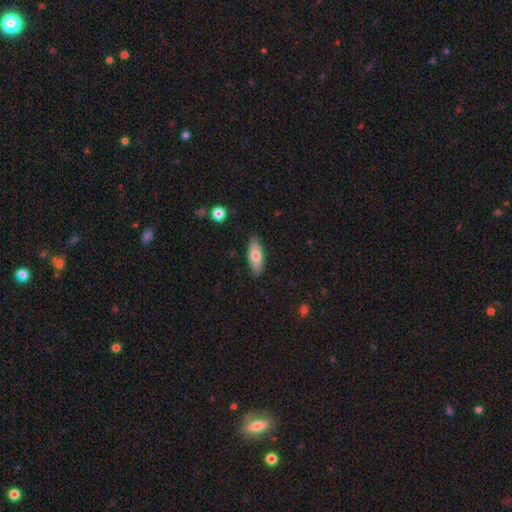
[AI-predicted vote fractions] Smooth or featured? smooth (71%)
How rounded? in between (75%)
Merging? none (86%)